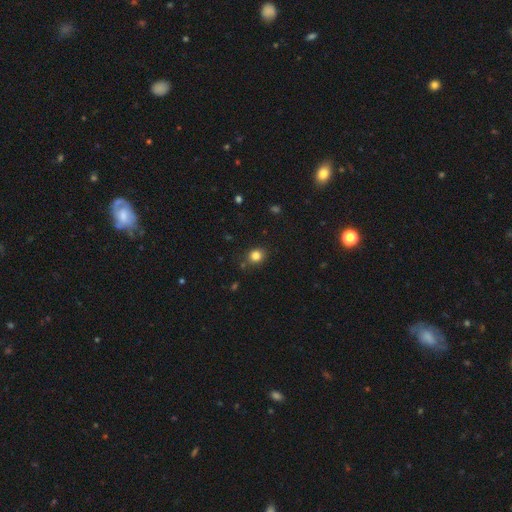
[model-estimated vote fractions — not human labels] smooth 83%, star or artifact 12%, featured or disk 5%. Down the decision tree: how rounded — round (76%); merging — none (83%).